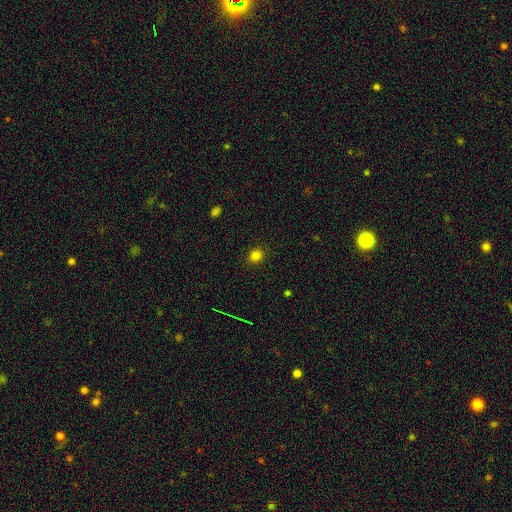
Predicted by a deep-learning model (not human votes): A smooth galaxy with no disk features (81%) that is round (74%). Merging: none (89%).